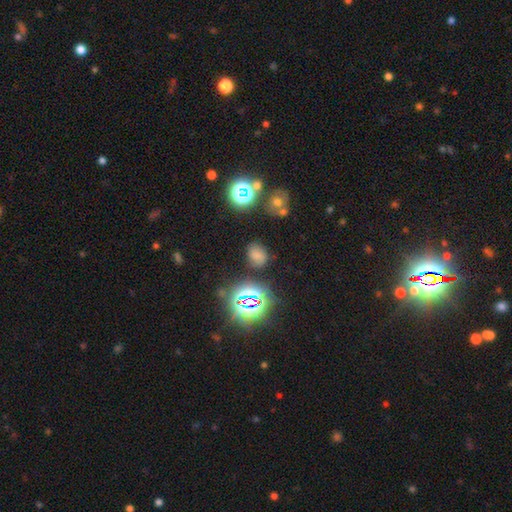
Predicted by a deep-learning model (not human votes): A smooth galaxy with no disk features (63%) that is in between round and cigar-shaped (51%).

Vote fractions:
- Smooth or featured? smooth: 63% / star or artifact: 27% / featured or disk: 10%
- How rounded? in between: 51% / round: 48% / cigar-shaped: 1%
- Merging? none: 74% / minor disturbance: 16% / major disturbance: 6% / merger: 4%